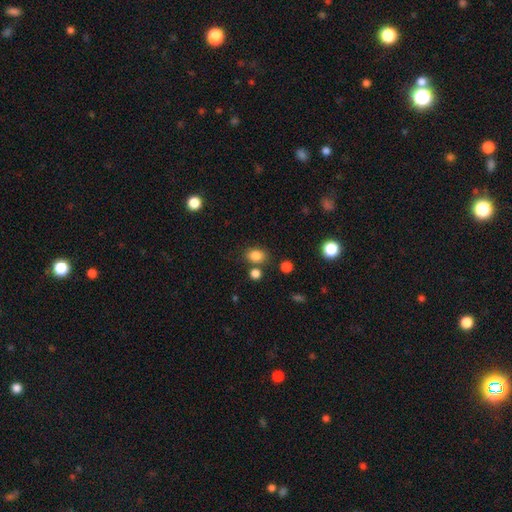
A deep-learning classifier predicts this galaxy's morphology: smooth_or_featured: smooth (p=0.83) [alt: star or artifact p=0.11]
how_rounded: in between (p=0.64) [alt: round p=0.35]
merging: none (p=0.73) [alt: minor disturbance p=0.12]